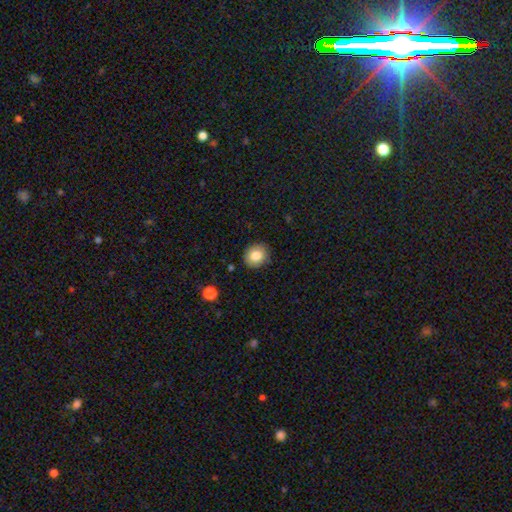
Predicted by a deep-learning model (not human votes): A smooth galaxy with no disk features (81%) that is round (76%). Merging: none (87%).